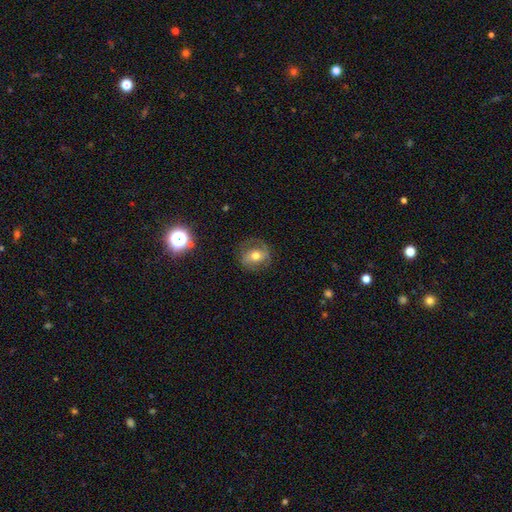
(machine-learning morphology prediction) Overall: smooth (45%; featured or disk 44%). Merging: none (71%).